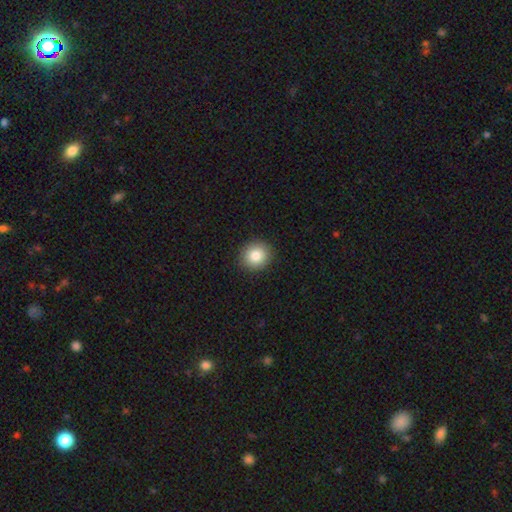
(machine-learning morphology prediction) smooth 84%, star or artifact 9%, featured or disk 6%. Down the decision tree: how rounded — round (82%); merging — none (91%).